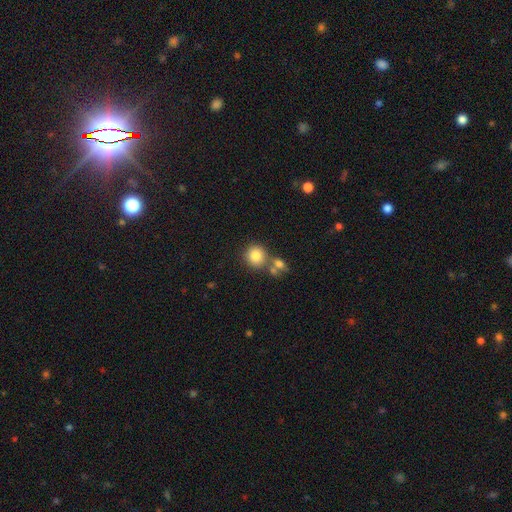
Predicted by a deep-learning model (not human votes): smooth-or-featured: smooth: 82% | star or artifact: 10% | featured or disk: 9%
  how-rounded: round: 87% | in between: 12% | cigar-shaped: 1%
  merging: none: 60% | merger: 26% | minor disturbance: 10% | major disturbance: 4%